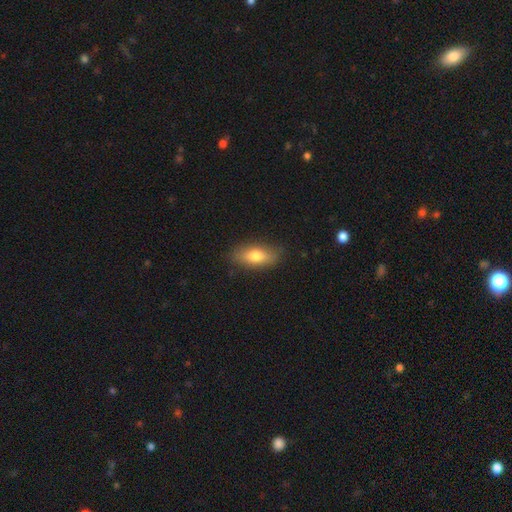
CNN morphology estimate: This appears to be a smooth galaxy with no disk features (71%) that is in between round and cigar-shaped (76%). Merging: none (84%).